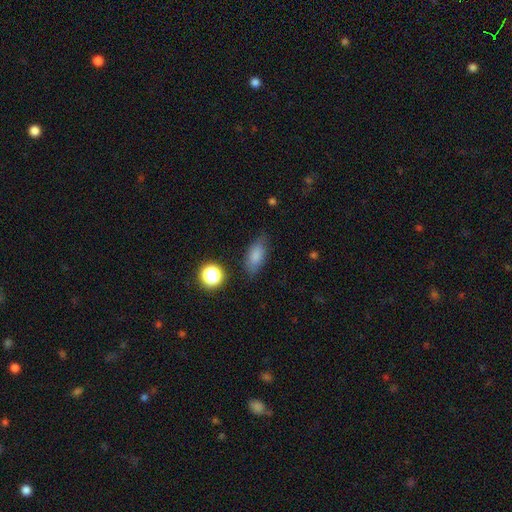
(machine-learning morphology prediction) Smooth or featured? Predicted: smooth (p=0.82). How rounded? Predicted: in between (p=0.85). Merging? Predicted: none (p=0.77).